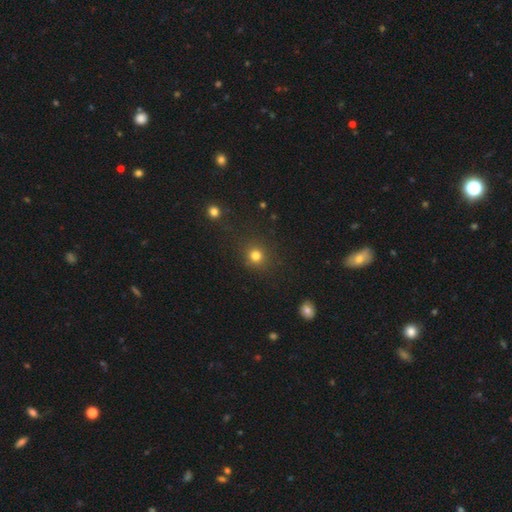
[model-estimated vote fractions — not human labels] This is likely a smooth galaxy (79%). How rounded: clearly round (90%). Merging: clearly none (86%).